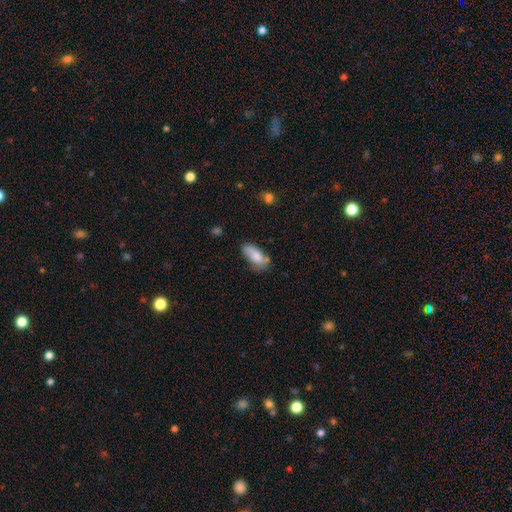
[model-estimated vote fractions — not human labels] Smooth or featured?
  - smooth: 76% *
  - featured or disk: 16%
  - star or artifact: 7%
How rounded?
  - in between: 87% *
  - cigar-shaped: 10%
  - round: 3%
Merging?
  - none: 49% *
  - minor disturbance: 32%
  - major disturbance: 11%
  - merger: 8%